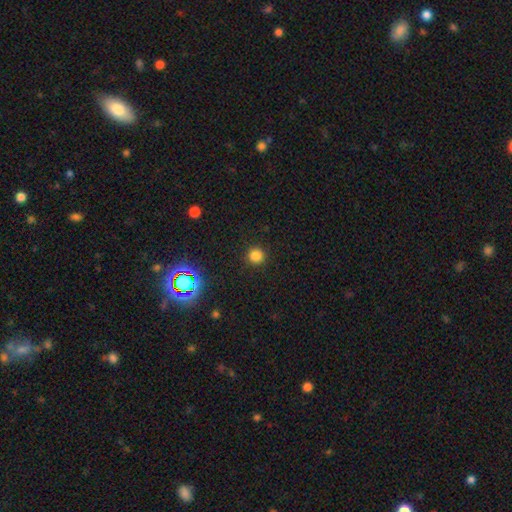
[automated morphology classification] This appears to be a smooth galaxy with no disk features (80%) that is round (94%). Merging: none (91%).